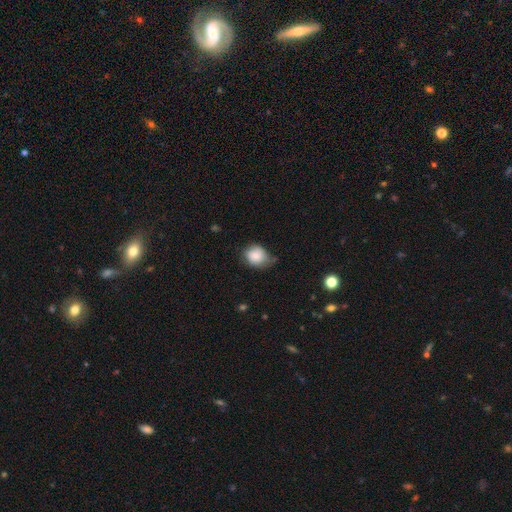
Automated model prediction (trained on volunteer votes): Q: Smooth or featured?
A: smooth (79%); runner-up: featured or disk (13%)
Q: How rounded?
A: round (62%); runner-up: in between (37%)
Q: Merging?
A: none (44%); runner-up: minor disturbance (42%)